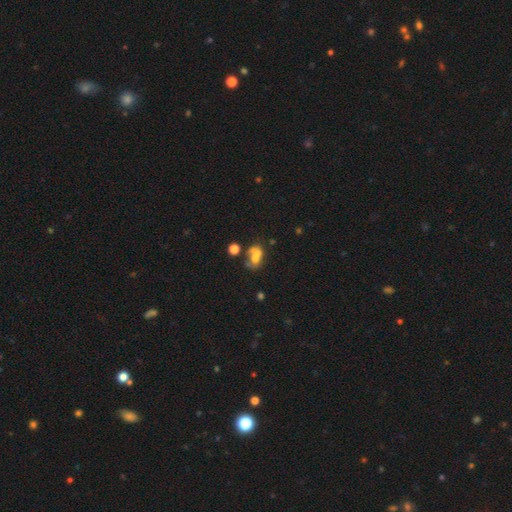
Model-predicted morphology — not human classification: Smooth or featured? smooth (49%)
Merging? merger (46%)